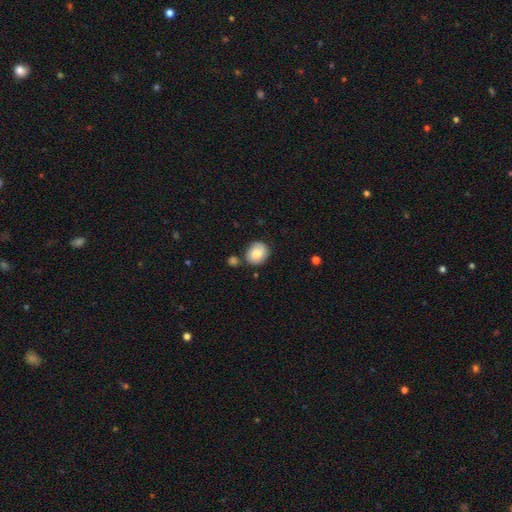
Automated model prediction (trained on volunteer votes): A smooth galaxy with no disk features (76%) that is round (66%). Merging: none (72%).